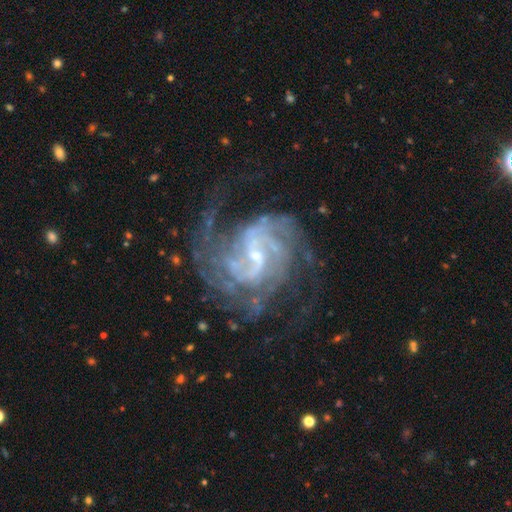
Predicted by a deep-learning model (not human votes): This is clearly a featured or disk galaxy (91%). It is clearly not viewed edge-on (98%). Bar: possibly weak (50%). Spiral arm pattern: clearly yes (98%). Spiral arm count: marginally 2 (41%). Spiral winding: possibly medium (49%). Central bulge: likely small (78%). Merging: likely none (61%).